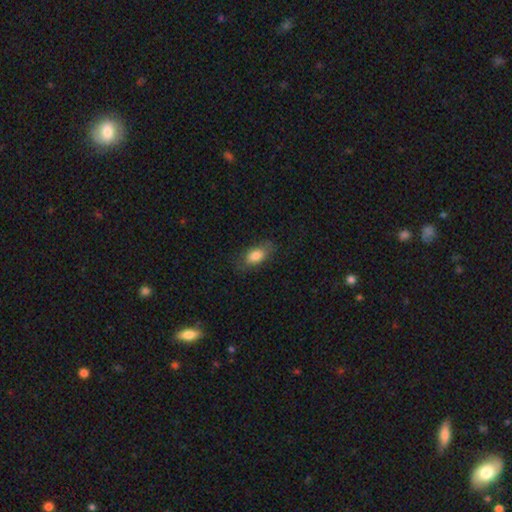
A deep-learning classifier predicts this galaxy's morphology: type=smooth (81%); roundness=in between (88%); merging=none (73%).